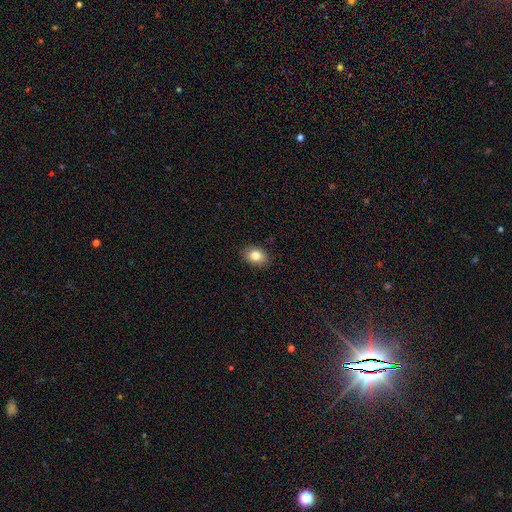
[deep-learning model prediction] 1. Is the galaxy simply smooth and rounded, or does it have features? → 83% smooth, 9% featured or disk, 9% star or artifact.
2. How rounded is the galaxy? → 76% in between, 23% round, 1% cigar-shaped.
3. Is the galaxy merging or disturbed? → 89% none, 8% minor disturbance, 2% major disturbance, 1% merger.